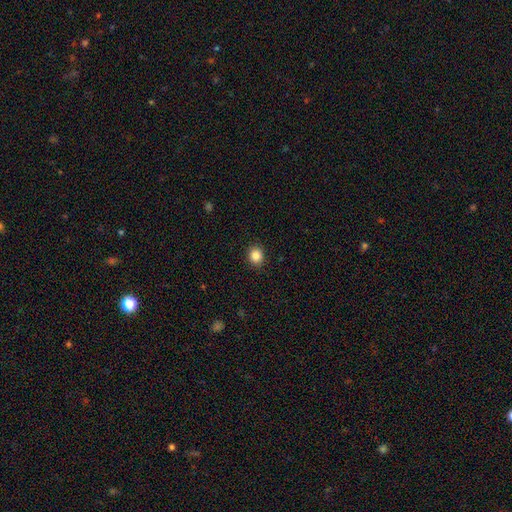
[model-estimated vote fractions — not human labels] Morphology: type=smooth (85%); roundness=round (70%); merging=none (90%).